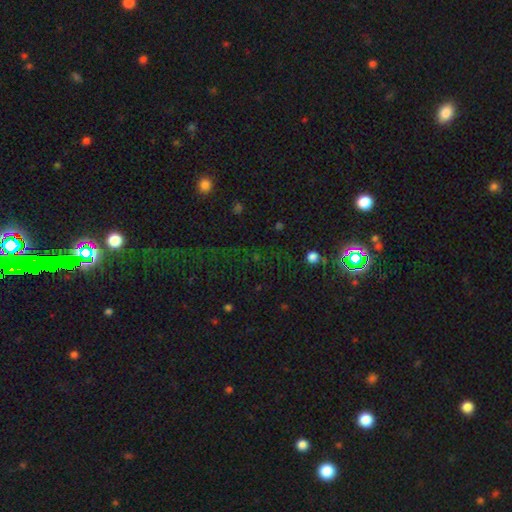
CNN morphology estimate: smooth-or-featured: star or artifact: 75% | smooth: 14% | featured or disk: 11%